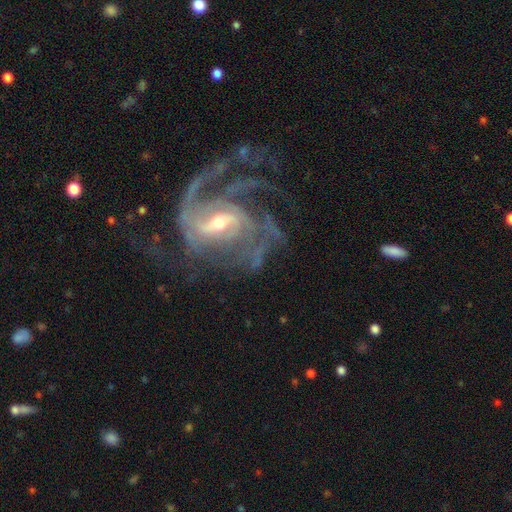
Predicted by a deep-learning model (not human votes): A featured or disk galaxy (91%) with a weak bar (48%), 3 (25%, tied with 2) medium (47%) spiral arms (97%) and a small central bulge (48%). Merging: none (50%).